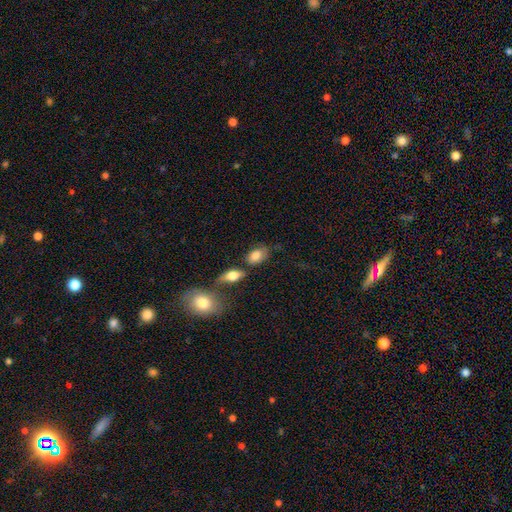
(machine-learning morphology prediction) smooth-or-featured: smooth: 81% | featured or disk: 12% | star or artifact: 7%
  how-rounded: in between: 86% | round: 11% | cigar-shaped: 2%
  merging: none: 59% | minor disturbance: 18% | merger: 16% | major disturbance: 7%